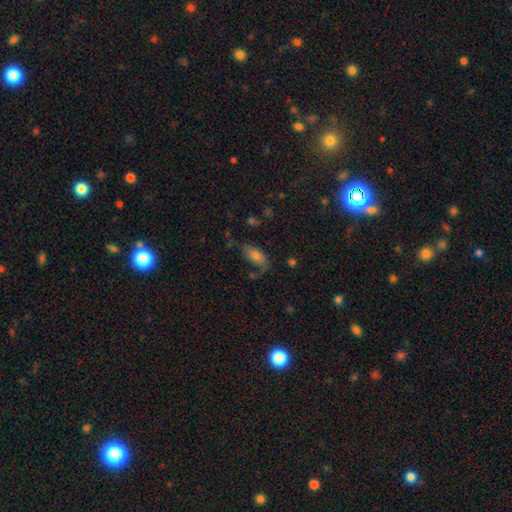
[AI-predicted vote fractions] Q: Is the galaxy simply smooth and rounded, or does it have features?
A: smooth — 70%.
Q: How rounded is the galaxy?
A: in between — 88%.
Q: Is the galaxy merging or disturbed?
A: none — 53%.